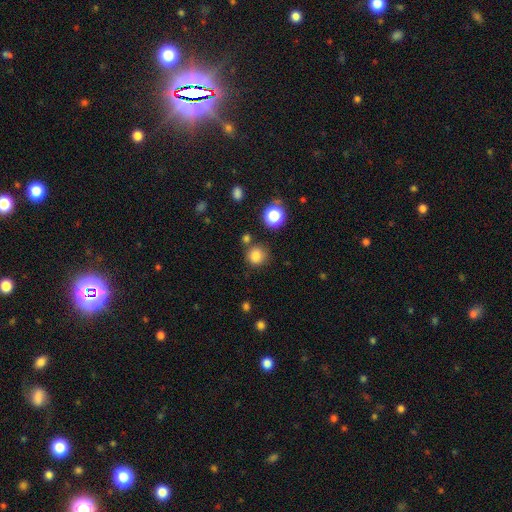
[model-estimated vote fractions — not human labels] Overall: smooth (82%). How rounded: round (90%). Merging: none (78%).